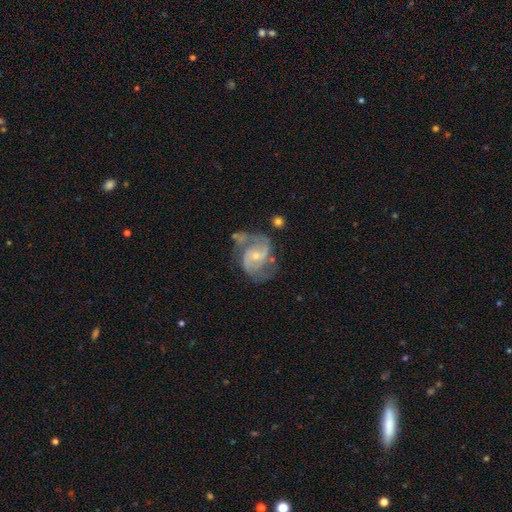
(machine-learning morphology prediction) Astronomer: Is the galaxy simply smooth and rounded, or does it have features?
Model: featured or disk — 88%.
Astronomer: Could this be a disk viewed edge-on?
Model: no — 98%.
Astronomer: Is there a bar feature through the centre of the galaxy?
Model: no — 50% (runner-up: weak, 40%).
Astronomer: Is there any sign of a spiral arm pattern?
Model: yes — 96%.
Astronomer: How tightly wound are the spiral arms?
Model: medium — 56%.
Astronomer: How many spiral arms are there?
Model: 2 — 85%.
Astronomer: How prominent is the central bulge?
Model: small — 63%.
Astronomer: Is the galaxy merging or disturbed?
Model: none — 53%.